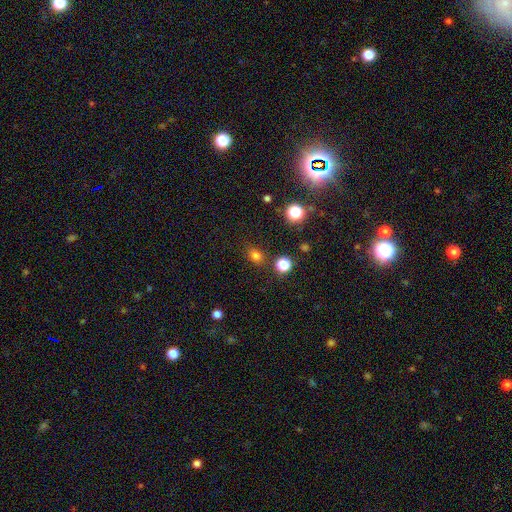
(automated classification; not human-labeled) Smooth or featured? smooth (75%)
How rounded? round (51%)
Merging? none (80%)